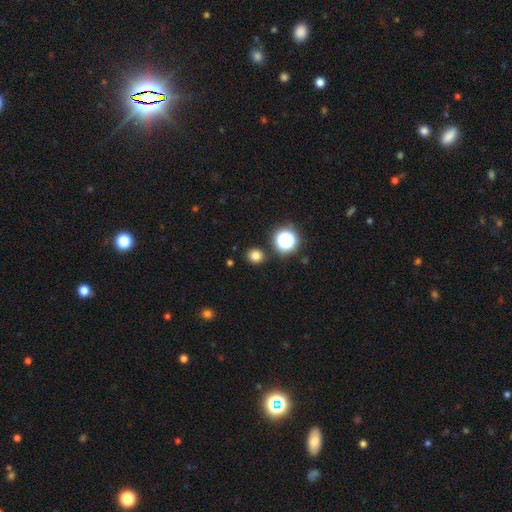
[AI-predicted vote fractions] Smooth or featured: smooth — 77% (star or artifact — 17%)
How rounded: round — 81% (in between — 18%)
Merging: none — 88% (minor disturbance — 7%)